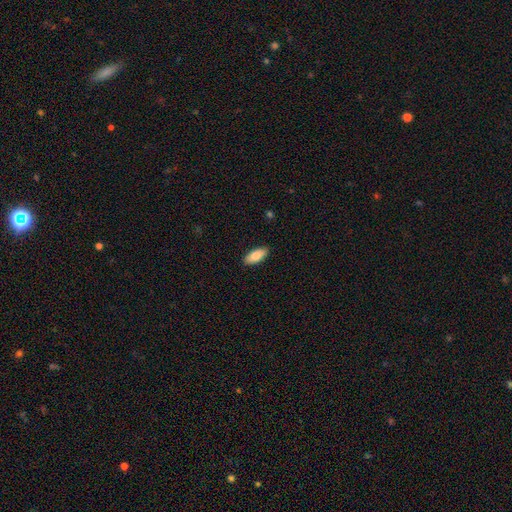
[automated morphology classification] This is clearly a smooth galaxy (83%). How rounded: clearly in between (86%). Merging: clearly none (89%).